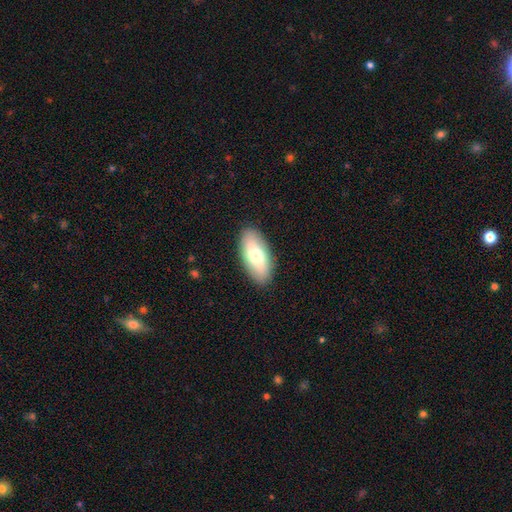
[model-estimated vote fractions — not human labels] Smooth or featured: smooth — 69% (featured or disk — 25%)
How rounded: in between — 88% (cigar-shaped — 9%)
Merging: none — 89% (minor disturbance — 8%)